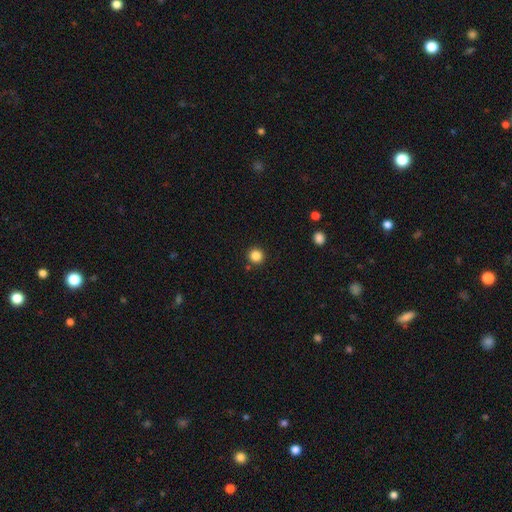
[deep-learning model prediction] Smooth or featured? Predicted: smooth (p=0.85). How rounded? Predicted: round (p=0.95). Merging? Predicted: none (p=0.90).